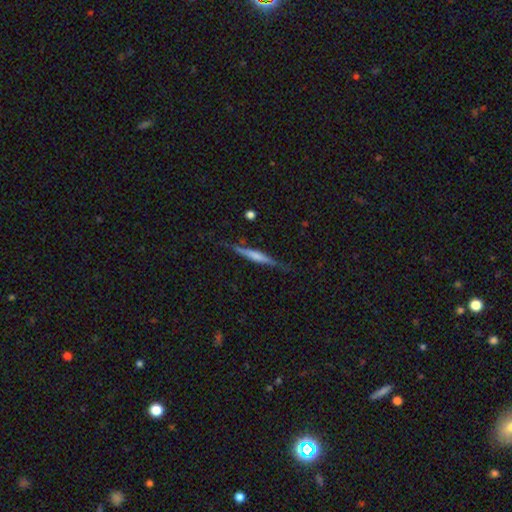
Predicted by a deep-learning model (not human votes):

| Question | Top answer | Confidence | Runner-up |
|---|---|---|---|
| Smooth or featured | featured or disk | 53% | smooth (40%) |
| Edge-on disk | yes | 96% | no (4%) |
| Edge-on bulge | rounded | 38% | tied: none (38%) |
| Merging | none | 80% | minor disturbance (15%) |